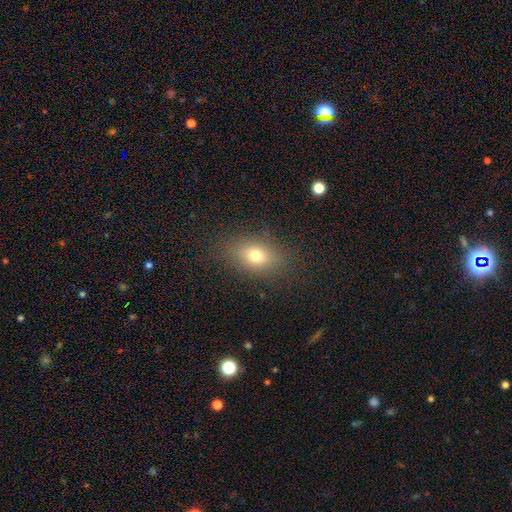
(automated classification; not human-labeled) A smooth galaxy with no disk features (72%) that is in between round and cigar-shaped (75%). Merging: none (84%).